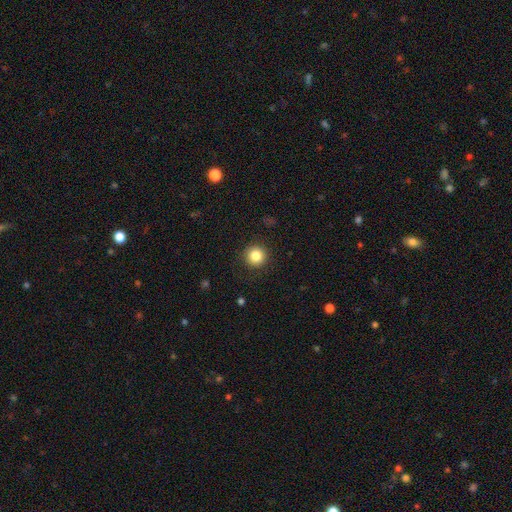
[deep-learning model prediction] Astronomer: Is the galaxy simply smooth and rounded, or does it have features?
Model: smooth — 85%.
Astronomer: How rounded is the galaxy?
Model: round — 95%.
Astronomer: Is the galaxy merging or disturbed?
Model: none — 90%.